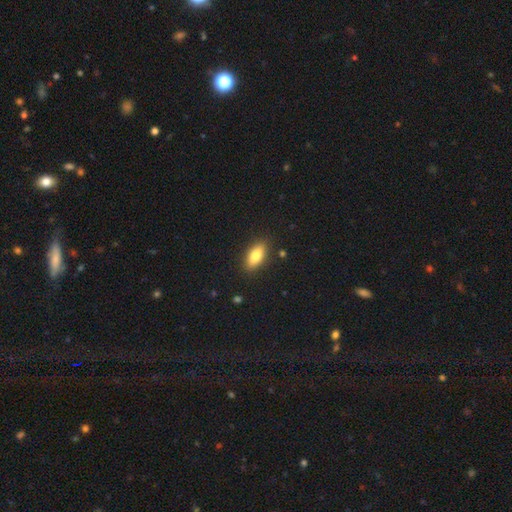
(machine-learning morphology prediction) Smooth or featured?
  - smooth: 80% *
  - featured or disk: 13%
  - star or artifact: 7%
How rounded?
  - in between: 85% *
  - cigar-shaped: 12%
  - round: 3%
Merging?
  - none: 87% *
  - minor disturbance: 9%
  - major disturbance: 2%
  - merger: 1%